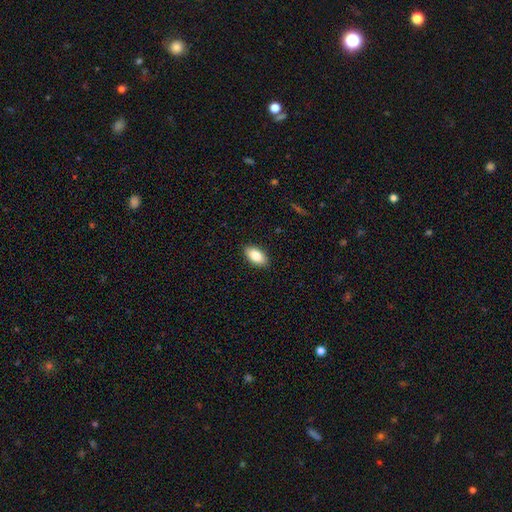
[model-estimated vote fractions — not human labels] This appears to be a smooth galaxy with no disk features (83%) that is in between round and cigar-shaped (93%). Merging: none (90%).